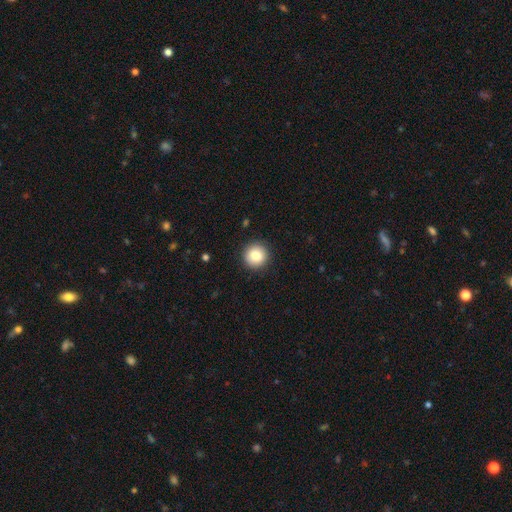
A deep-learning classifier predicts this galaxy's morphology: A smooth galaxy with no disk features (84%) that is round (94%). Merging: none (91%).